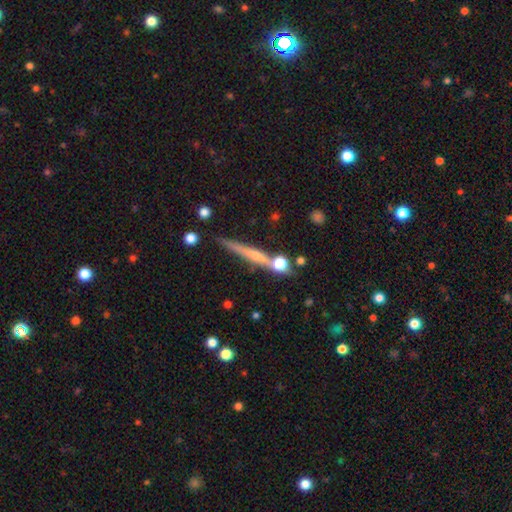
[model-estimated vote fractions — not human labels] Smooth or featured?
  - featured or disk: 53% *
  - smooth: 38%
  - star or artifact: 9%
Edge-on disk?
  - yes: 95% *
  - no: 5%
Edge-on bulge?
  - none: 53% *
  - rounded: 38%
  - boxy: 9%
Merging?
  - none: 76% *
  - minor disturbance: 12%
  - merger: 9%
  - major disturbance: 3%